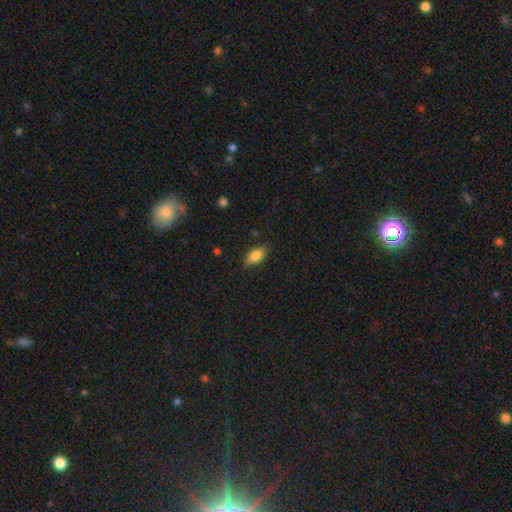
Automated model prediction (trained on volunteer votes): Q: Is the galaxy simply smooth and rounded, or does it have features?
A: smooth — 77%.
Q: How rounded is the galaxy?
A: in between — 85%.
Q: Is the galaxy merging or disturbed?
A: none — 82%.